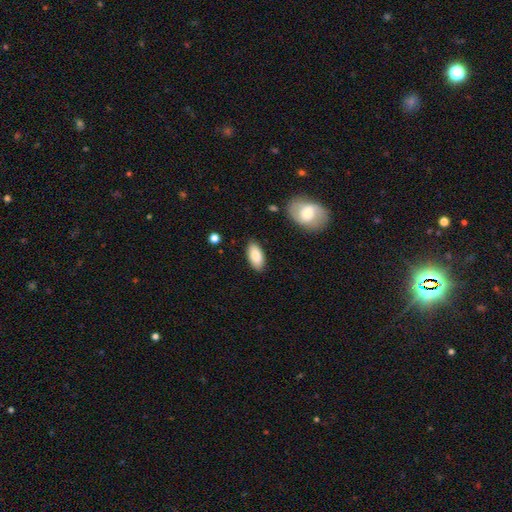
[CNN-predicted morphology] Overall: smooth (85%). How rounded: in between (91%). Merging: none (86%).